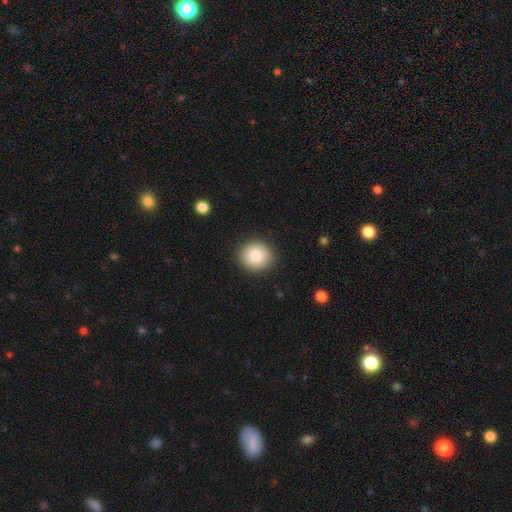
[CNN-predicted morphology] Smooth or featured?
  - smooth: 85% *
  - star or artifact: 8%
  - featured or disk: 7%
How rounded?
  - round: 85% *
  - in between: 15%
  - cigar-shaped: 1%
Merging?
  - none: 90% *
  - minor disturbance: 7%
  - major disturbance: 2%
  - merger: 1%